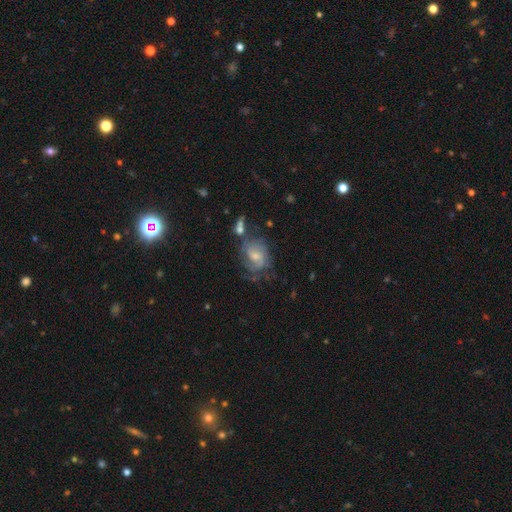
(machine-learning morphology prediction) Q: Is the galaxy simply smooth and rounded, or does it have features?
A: featured or disk — 64%.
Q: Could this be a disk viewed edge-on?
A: no — 97%.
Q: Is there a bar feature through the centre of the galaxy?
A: weak — 47%.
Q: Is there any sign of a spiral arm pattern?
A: yes — 84%.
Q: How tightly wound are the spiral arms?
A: tight — 42%.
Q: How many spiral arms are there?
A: can't tell — 41%.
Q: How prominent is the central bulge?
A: moderate — 47%.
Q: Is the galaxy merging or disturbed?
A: none — 48%.